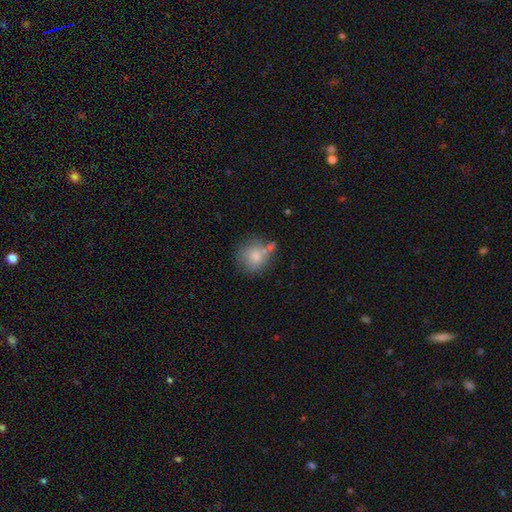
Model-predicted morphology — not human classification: Overall: smooth (77%). How rounded: round (85%). Merging: none (57%; minor disturbance 21%).